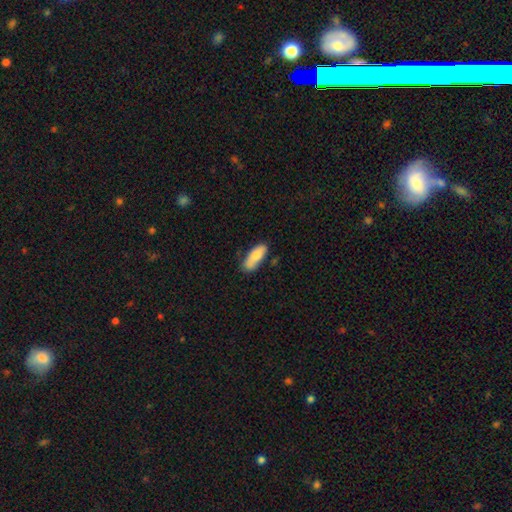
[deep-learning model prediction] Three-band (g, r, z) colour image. It shows a smooth galaxy with no disk features (79%) that is in between round and cigar-shaped (72%). Merging: none (64%).